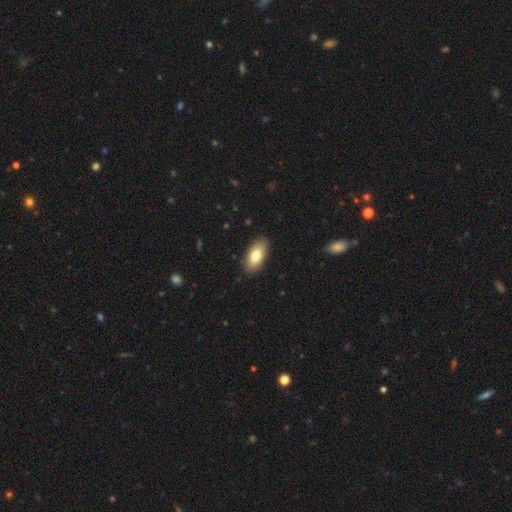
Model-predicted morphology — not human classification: Smooth or featured?
  - smooth: 80% *
  - featured or disk: 14%
  - star or artifact: 6%
How rounded?
  - in between: 92% *
  - cigar-shaped: 5%
  - round: 3%
Merging?
  - none: 87% *
  - minor disturbance: 10%
  - major disturbance: 2%
  - merger: 1%